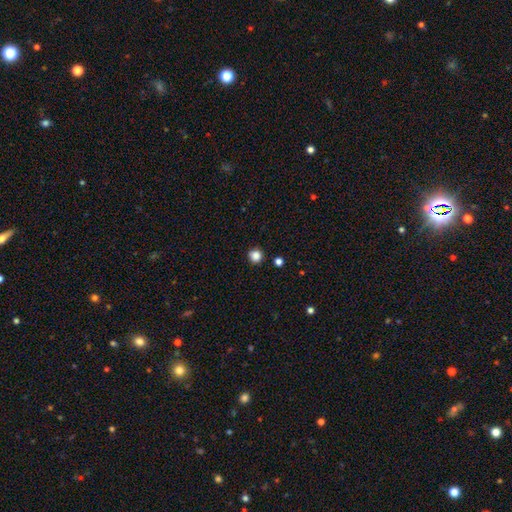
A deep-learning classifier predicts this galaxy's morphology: A smooth galaxy with no disk features (85%) that is round (93%). Merging: none (90%).